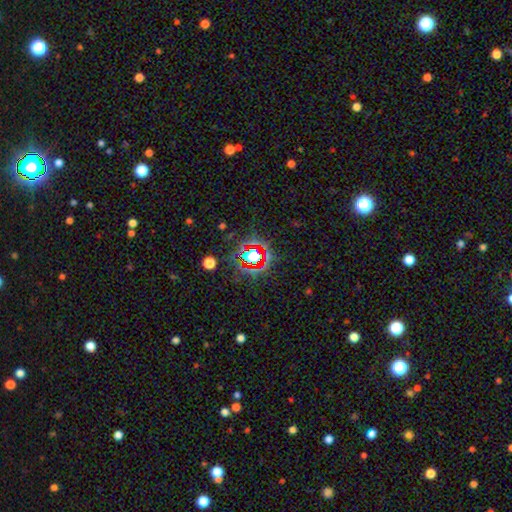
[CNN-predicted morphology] Q: Smooth or featured?
A: star or artifact (70%); runner-up: smooth (18%)